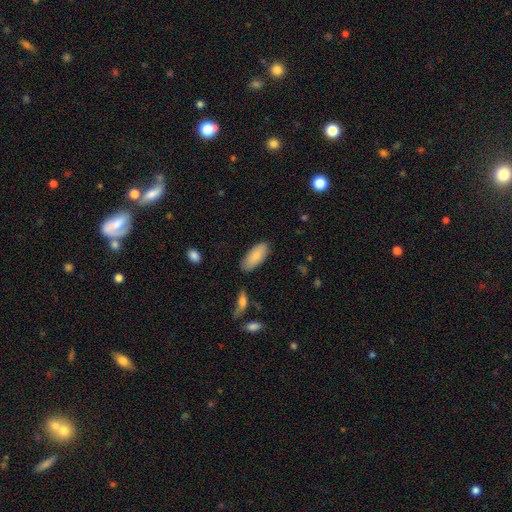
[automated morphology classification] Overall: smooth (85%). How rounded: in between (84%). Merging: none (83%).